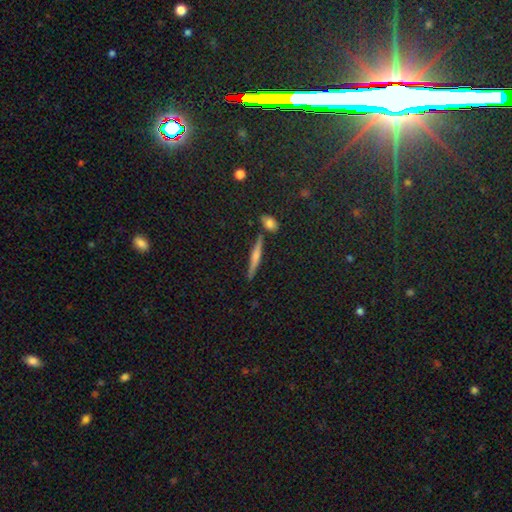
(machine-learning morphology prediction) Smooth or featured: featured or disk — 52% (smooth — 36%)
Edge-on disk: yes — 96% (no — 4%)
Edge-on bulge: rounded — 68% (none — 21%)
Merging: none — 84% (minor disturbance — 8%)